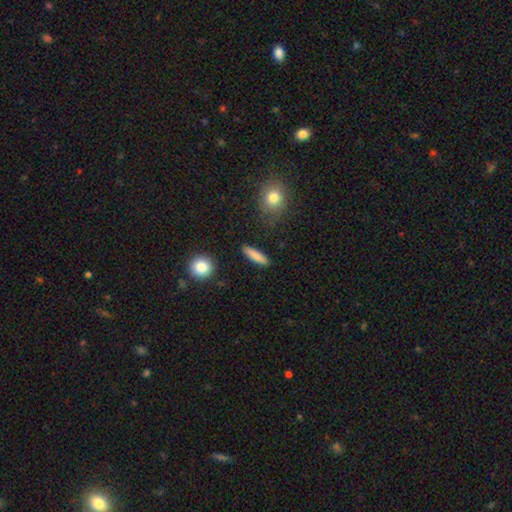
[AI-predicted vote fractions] Smooth or featured? Predicted: smooth (p=0.83). How rounded? Predicted: cigar-shaped (p=0.74). Merging? Predicted: none (p=0.88).